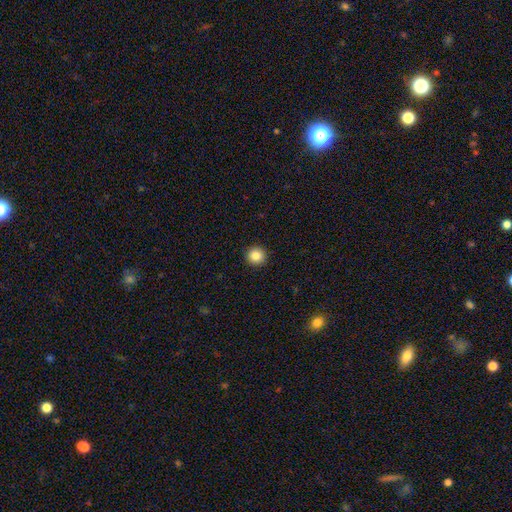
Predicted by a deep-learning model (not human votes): Smooth or featured: smooth — 85% (star or artifact — 10%)
How rounded: round — 94% (in between — 5%)
Merging: none — 93% (minor disturbance — 4%)